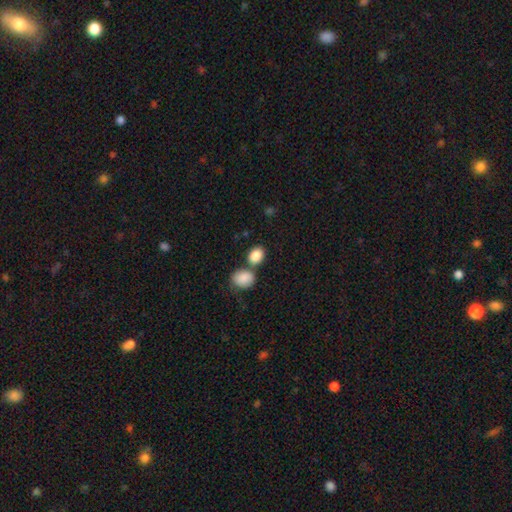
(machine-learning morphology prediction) Smooth or featured?
  - smooth: 87% *
  - star or artifact: 8%
  - featured or disk: 5%
How rounded?
  - in between: 65% *
  - round: 34%
  - cigar-shaped: 1%
Merging?
  - none: 53% *
  - merger: 34%
  - minor disturbance: 10%
  - major disturbance: 3%